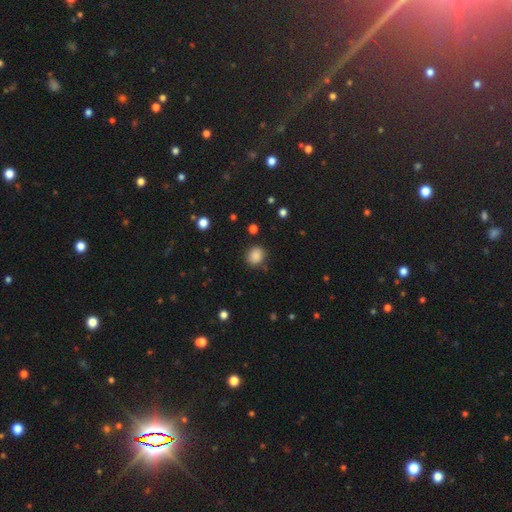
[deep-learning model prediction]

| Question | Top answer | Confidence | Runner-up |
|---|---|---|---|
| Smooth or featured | smooth | 86% | star or artifact (10%) |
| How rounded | round | 75% | in between (24%) |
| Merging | none | 85% | minor disturbance (10%) |